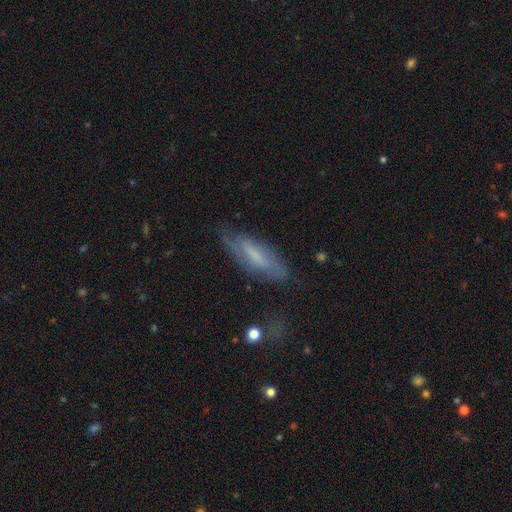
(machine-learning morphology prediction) Q: Smooth or featured?
A: featured or disk (49%); runner-up: smooth (43%)
Q: Merging?
A: none (64%); runner-up: minor disturbance (24%)